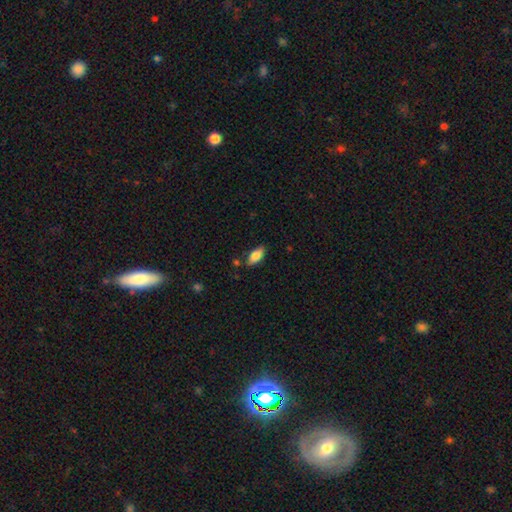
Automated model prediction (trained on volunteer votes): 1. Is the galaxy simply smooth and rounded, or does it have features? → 79% smooth, 14% featured or disk, 7% star or artifact.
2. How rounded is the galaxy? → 86% in between, 11% cigar-shaped, 2% round.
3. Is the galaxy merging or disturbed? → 80% none, 14% minor disturbance, 3% merger, 3% major disturbance.